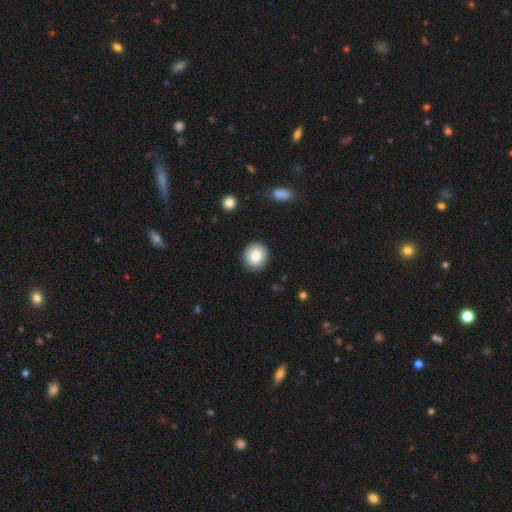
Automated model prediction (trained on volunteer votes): Smooth or featured? smooth (82%)
How rounded? round (79%)
Merging? none (89%)